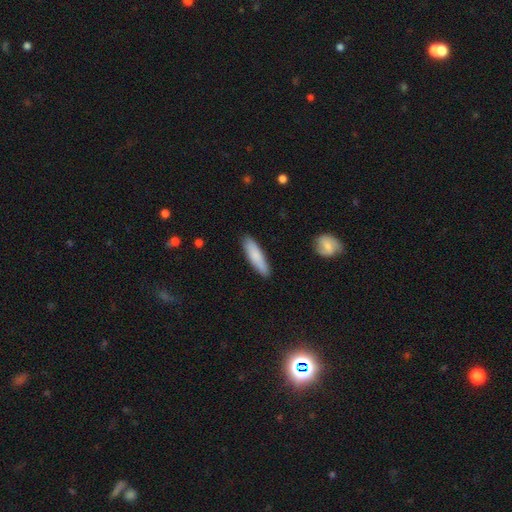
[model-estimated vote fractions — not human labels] This is clearly a smooth galaxy (81%). How rounded: likely cigar-shaped (72%). Merging: clearly none (87%).